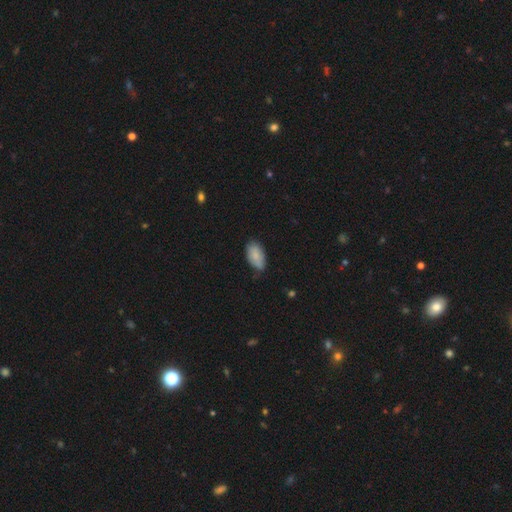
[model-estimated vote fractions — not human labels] This appears to be a smooth galaxy with no disk features (82%) that is in between round and cigar-shaped (95%). Merging: none (65%).